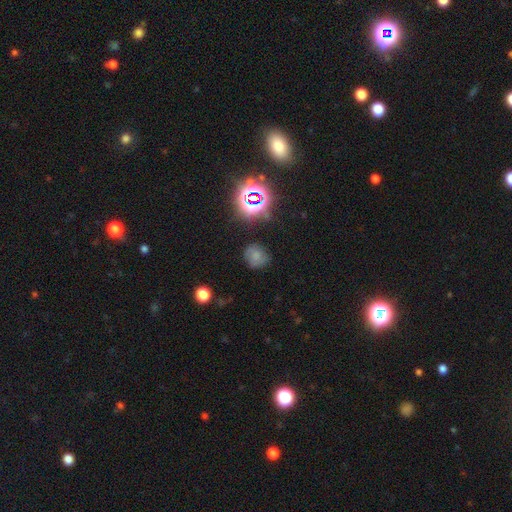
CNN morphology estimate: Overall: smooth (66%). How rounded: round (71%). Merging: none (72%).